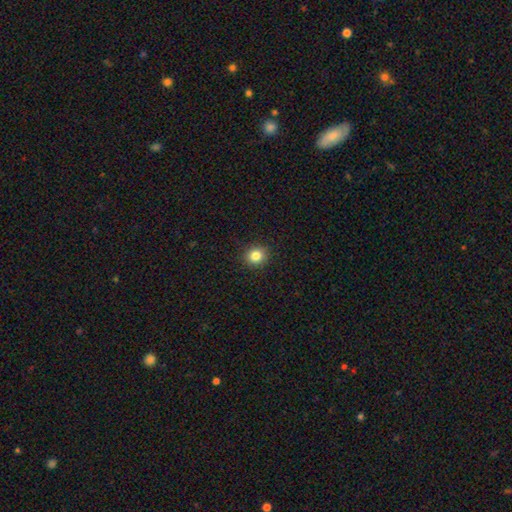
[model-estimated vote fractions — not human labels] Smooth or featured? smooth (83%)
How rounded? round (86%)
Merging? none (92%)